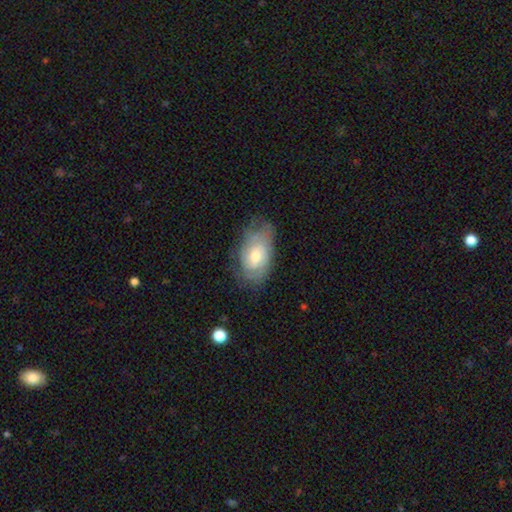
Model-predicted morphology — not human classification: Overall: featured or disk (59%; smooth 35%). Edge-on disk: no (94%). Bar: no (65%; weak 30%). Spiral arms: yes (81%). Bulge size: moderate (58%; small 33%). Merging: none (61%; minor disturbance 27%).